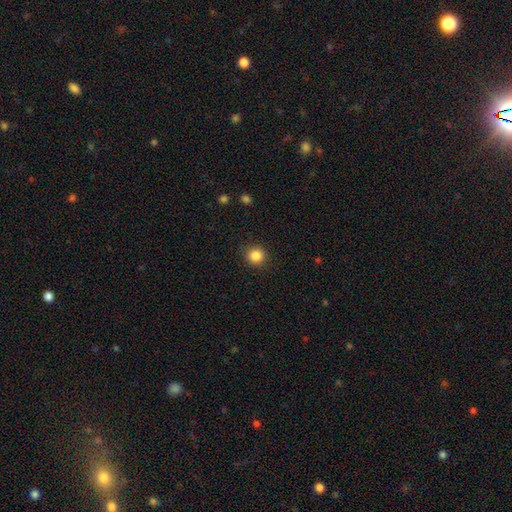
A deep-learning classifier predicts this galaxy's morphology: A smooth galaxy with no disk features (85%) that is round (92%).

Vote fractions:
- Smooth or featured? smooth: 85% / star or artifact: 11% / featured or disk: 4%
- How rounded? round: 92% / in between: 7% / cigar-shaped: 1%
- Merging? none: 90% / minor disturbance: 6% / major disturbance: 2% / merger: 1%